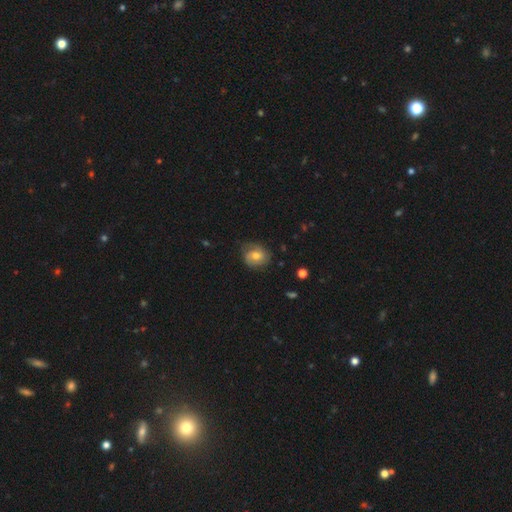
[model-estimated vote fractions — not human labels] A featured or disk galaxy (47%).

Vote fractions:
- Smooth or featured? featured or disk: 47% / smooth: 44% / star or artifact: 9%
- Merging? none: 66% / minor disturbance: 24% / major disturbance: 9% / merger: 1%